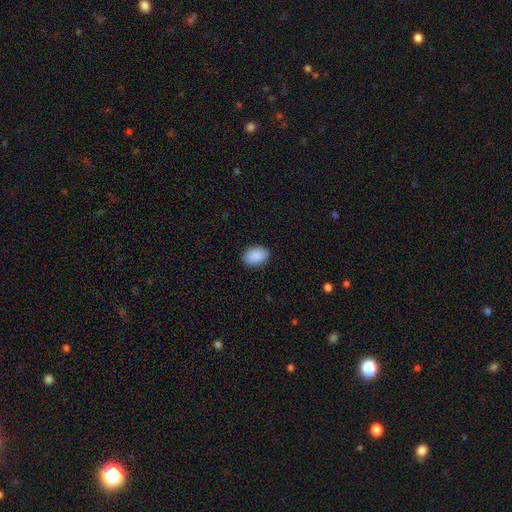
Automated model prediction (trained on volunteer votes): Q: Smooth or featured?
A: smooth (91%); runner-up: star or artifact (7%)
Q: How rounded?
A: in between (86%); runner-up: round (13%)
Q: Merging?
A: none (88%); runner-up: minor disturbance (9%)